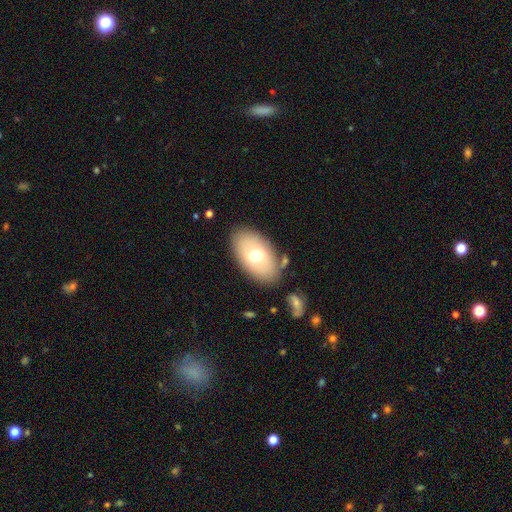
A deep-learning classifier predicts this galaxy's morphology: This is likely a smooth galaxy (67%). How rounded: clearly in between (91%). Merging: likely none (80%).